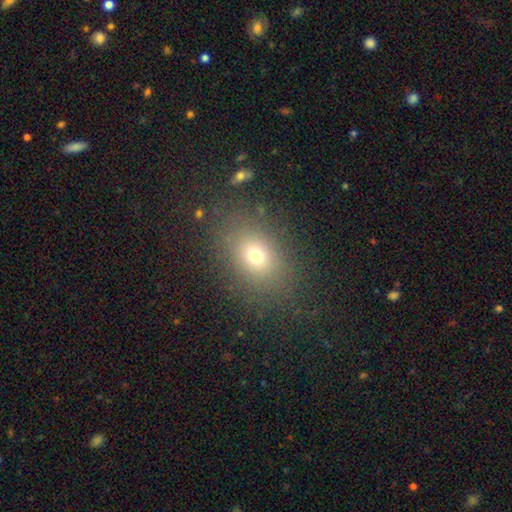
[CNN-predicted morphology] A smooth galaxy with no disk features (70%) that is in between round and cigar-shaped (65%).

Vote fractions:
- Smooth or featured? smooth: 70% / star or artifact: 17% / featured or disk: 13%
- How rounded? in between: 65% / round: 34% / cigar-shaped: 2%
- Merging? none: 81% / minor disturbance: 11% / major disturbance: 6% / merger: 2%